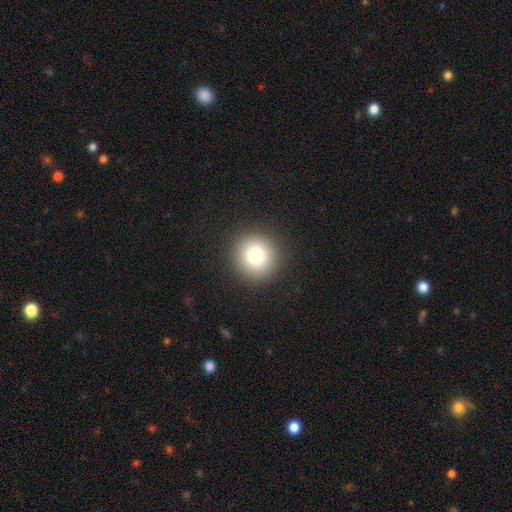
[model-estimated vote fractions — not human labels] Overall: smooth (84%). How rounded: round (93%). Merging: none (91%).